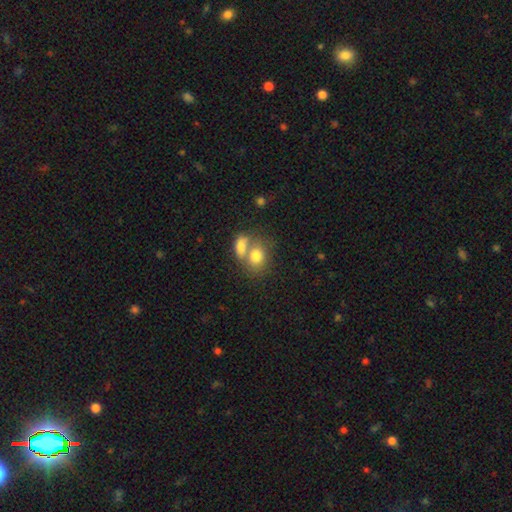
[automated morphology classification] A smooth galaxy with no disk features (79%) that is in between round and cigar-shaped (60%).

Vote fractions:
- Smooth or featured? smooth: 79% / featured or disk: 13% / star or artifact: 9%
- How rounded? in between: 60% / round: 38% / cigar-shaped: 2%
- Merging? merger: 57% / none: 30% / minor disturbance: 8% / major disturbance: 4%